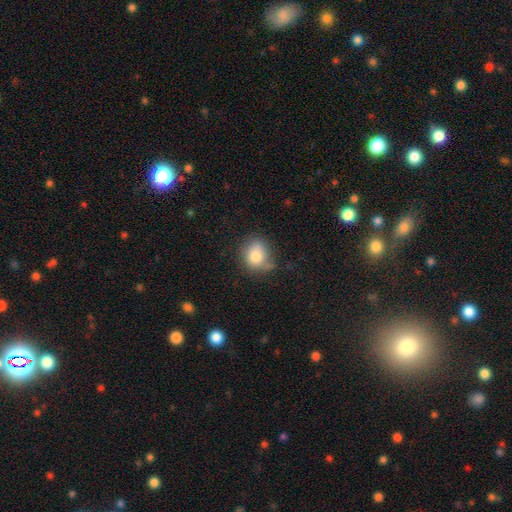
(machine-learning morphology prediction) This appears to be a smooth galaxy with no disk features (80%) that is round (63%). Merging: none (57%).